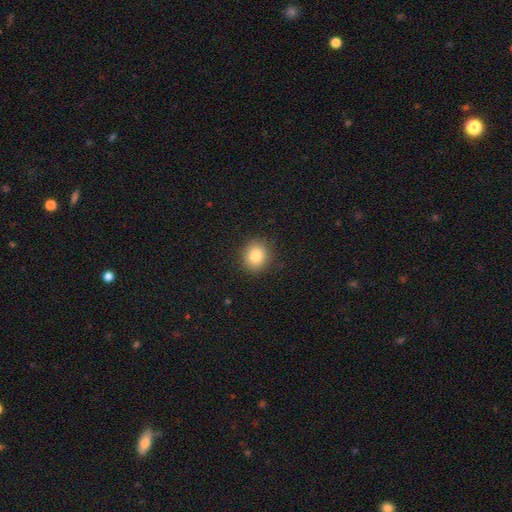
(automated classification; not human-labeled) A smooth galaxy with no disk features (83%) that is round (78%).

Vote fractions:
- Smooth or featured? smooth: 83% / star or artifact: 10% / featured or disk: 7%
- How rounded? round: 78% / in between: 21% / cigar-shaped: 1%
- Merging? none: 89% / minor disturbance: 8% / major disturbance: 2% / merger: 1%